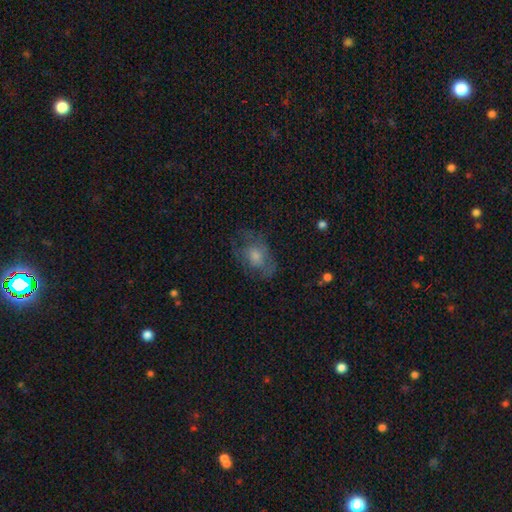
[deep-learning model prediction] featured or disk 48%, smooth 38%, star or artifact 14%. Down the decision tree: merging — none (63%).